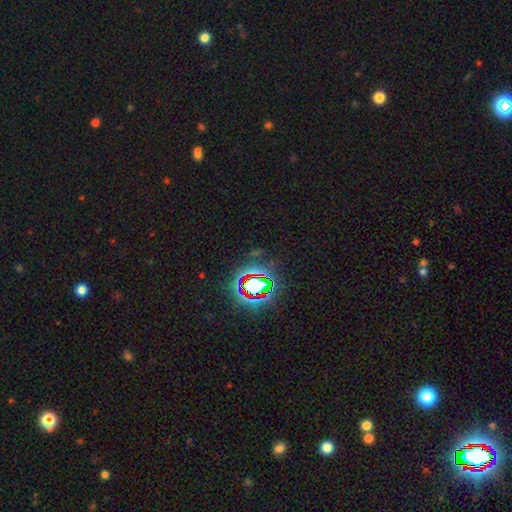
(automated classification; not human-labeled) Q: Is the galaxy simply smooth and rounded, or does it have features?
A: star or artifact — 78%.